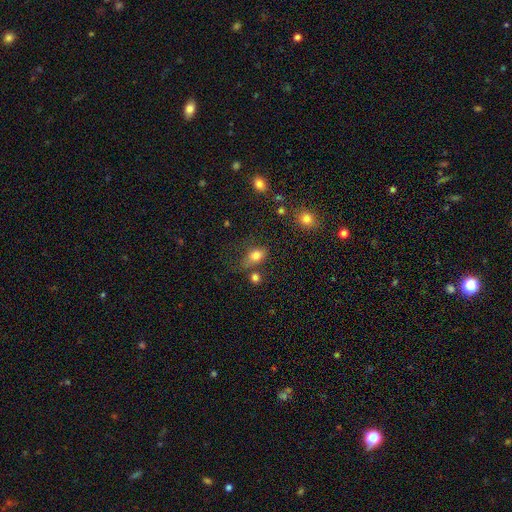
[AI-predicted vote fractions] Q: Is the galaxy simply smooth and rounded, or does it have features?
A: smooth — 81%.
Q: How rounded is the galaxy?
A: in between — 77%.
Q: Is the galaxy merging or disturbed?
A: none — 54%.